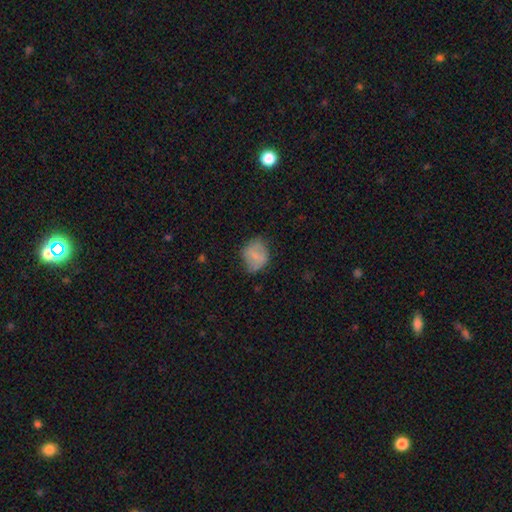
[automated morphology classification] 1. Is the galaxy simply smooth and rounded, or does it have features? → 69% smooth, 22% featured or disk, 8% star or artifact.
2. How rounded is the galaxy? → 54% round, 45% in between, 1% cigar-shaped.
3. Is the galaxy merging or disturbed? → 61% none, 29% minor disturbance, 9% major disturbance, 1% merger.